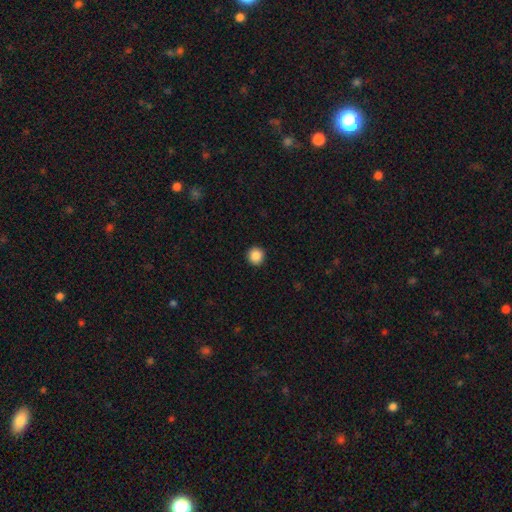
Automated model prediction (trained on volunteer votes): This appears to be a smooth galaxy with no disk features (88%) that is round (95%). Merging: none (93%).